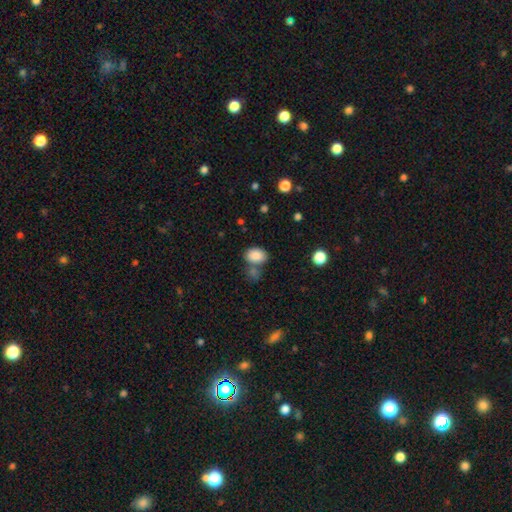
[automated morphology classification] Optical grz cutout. It shows a smooth galaxy with no disk features (86%) that is in between round and cigar-shaped (79%). Merging: none (57%).